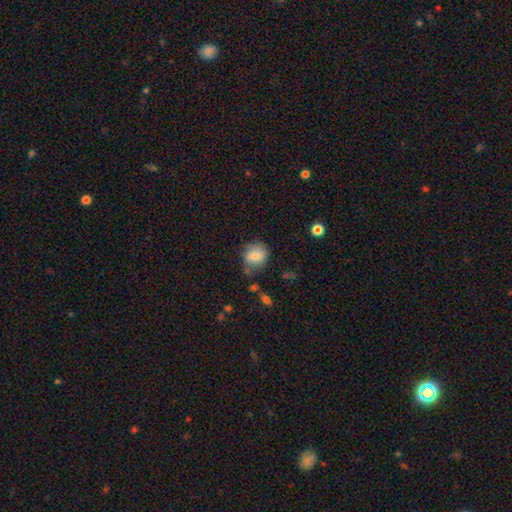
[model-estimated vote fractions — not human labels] Smooth or featured? smooth (77%)
How rounded? round (74%)
Merging? none (66%)